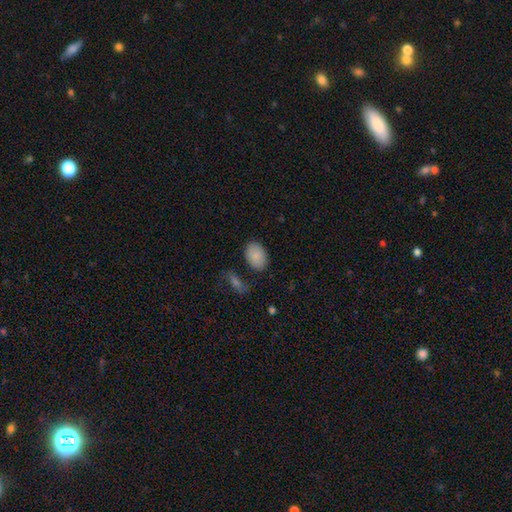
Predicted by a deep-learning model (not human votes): This is clearly a smooth galaxy (88%). How rounded: clearly in between (85%). Merging: likely none (79%).